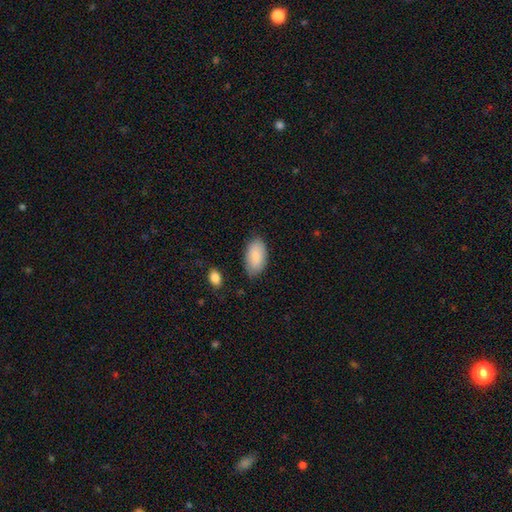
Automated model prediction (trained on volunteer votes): smooth_or_featured: smooth (p=0.86) [alt: featured or disk p=0.08]
how_rounded: in between (p=0.95) [alt: round p=0.03]
merging: none (p=0.81) [alt: minor disturbance p=0.14]